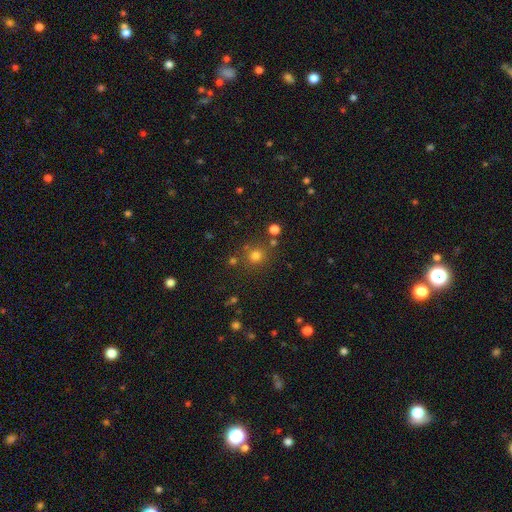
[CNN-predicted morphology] smooth 75%, star or artifact 18%, featured or disk 7%. Down the decision tree: how rounded — round (89%); merging — none (78%).